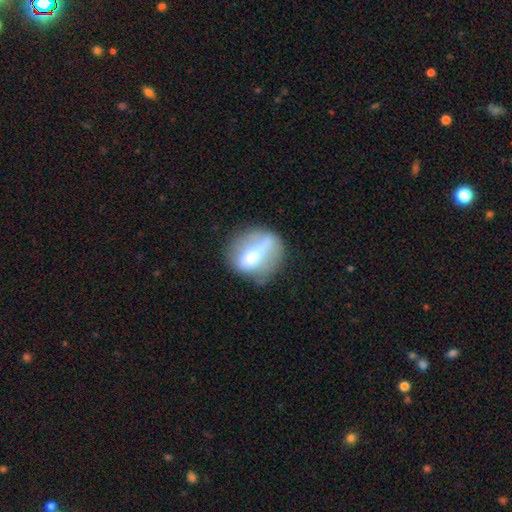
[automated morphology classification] Smooth or featured? smooth (51%)
How rounded? round (53%)
Merging? none (45%)